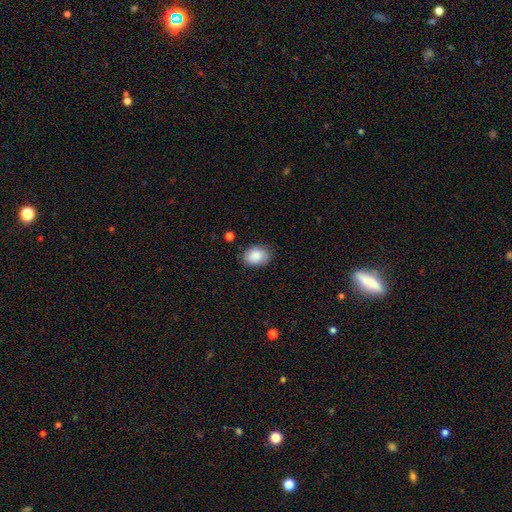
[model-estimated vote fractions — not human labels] Smooth or featured: smooth — 86% (featured or disk — 7%)
How rounded: in between — 74% (round — 25%)
Merging: none — 80% (minor disturbance — 15%)